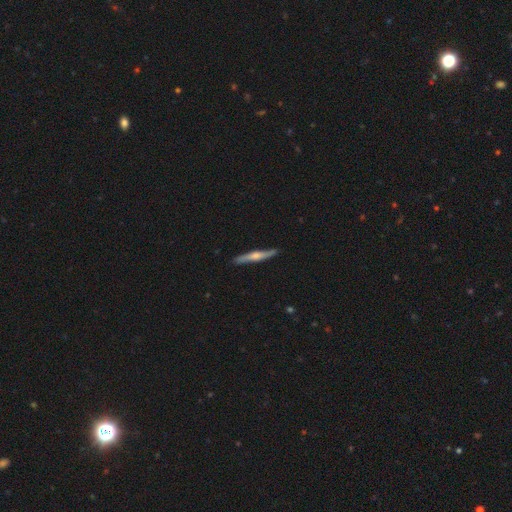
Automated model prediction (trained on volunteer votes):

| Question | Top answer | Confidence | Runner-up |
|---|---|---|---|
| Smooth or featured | featured or disk | 62% | smooth (33%) |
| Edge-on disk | yes | 95% | no (5%) |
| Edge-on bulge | rounded | 78% | none (14%) |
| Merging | none | 88% | minor disturbance (9%) |